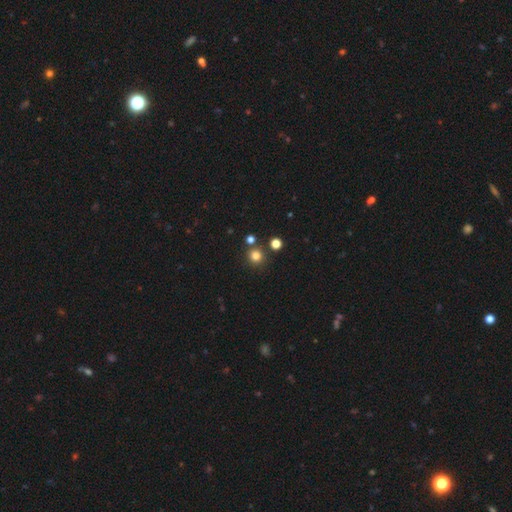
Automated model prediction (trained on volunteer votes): This appears to be a smooth galaxy with no disk features (79%) that is round (93%). Merging: none (82%).